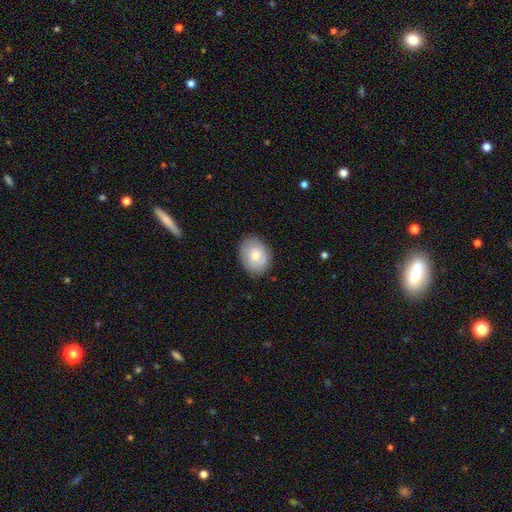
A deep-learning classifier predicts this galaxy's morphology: A smooth galaxy with no disk features (77%) that is in between round and cigar-shaped (63%). Merging: none (82%).